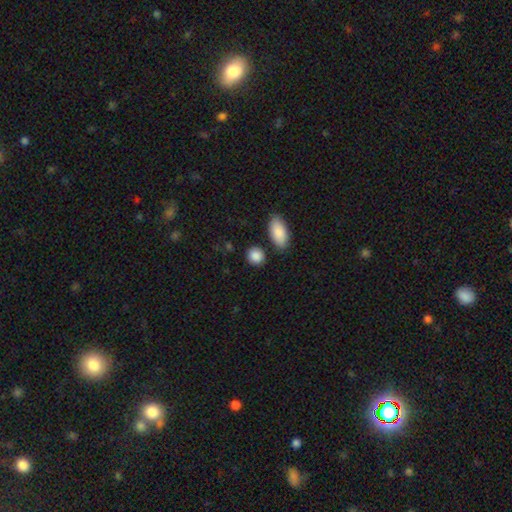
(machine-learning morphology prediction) Smooth or featured? Predicted: smooth (p=0.89). How rounded? Predicted: round (p=0.69). Merging? Predicted: none (p=0.81).